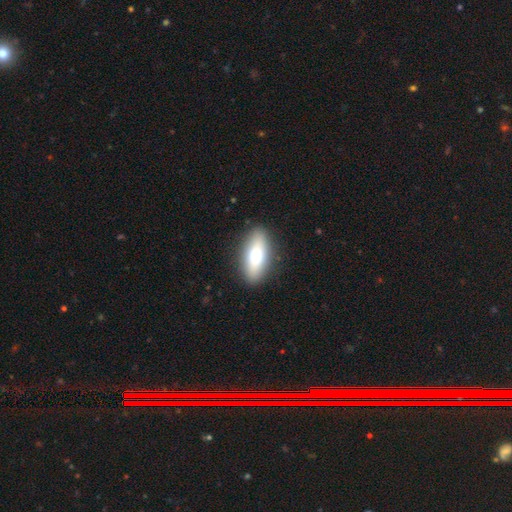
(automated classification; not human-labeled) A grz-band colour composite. It shows a smooth galaxy with no disk features (69%) that is in between round and cigar-shaped (77%). Merging: none (89%).